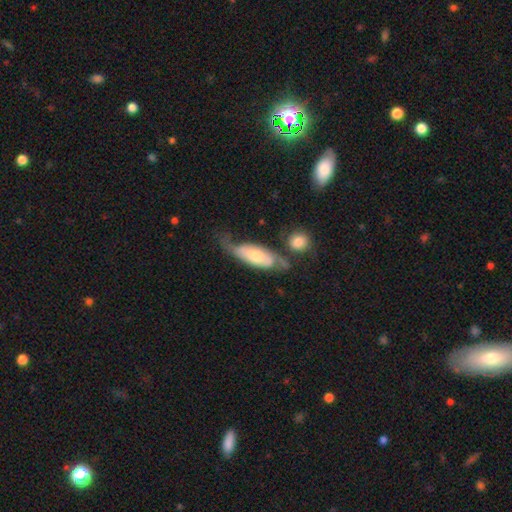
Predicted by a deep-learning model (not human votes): Morphology: type=featured or disk (59%); edge-on=no (80%); merging=none (41%).